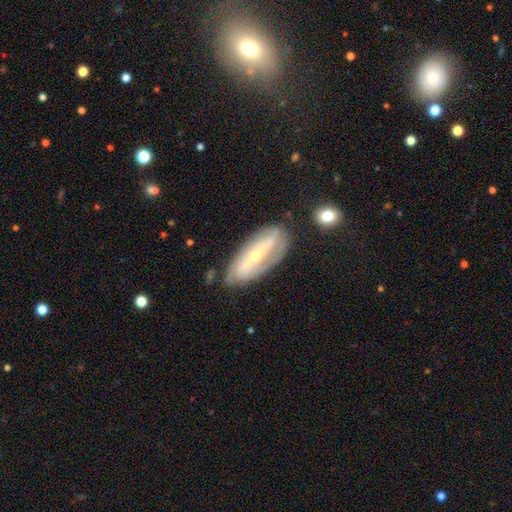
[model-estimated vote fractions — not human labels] Q: Smooth or featured?
A: featured or disk (76%); runner-up: smooth (18%)
Q: Edge-on disk?
A: no (85%); runner-up: yes (15%)
Q: Bar?
A: strong (49%); runner-up: weak (26%)
Q: Spiral arms?
A: yes (80%); runner-up: no (20%)
Q: Spiral winding?
A: tight (47%); runner-up: medium (33%)
Q: Spiral arm count?
A: 2 (61%); runner-up: can't tell (28%)
Q: Bulge size?
A: small (65%); runner-up: moderate (32%)
Q: Merging?
A: none (72%); runner-up: minor disturbance (19%)